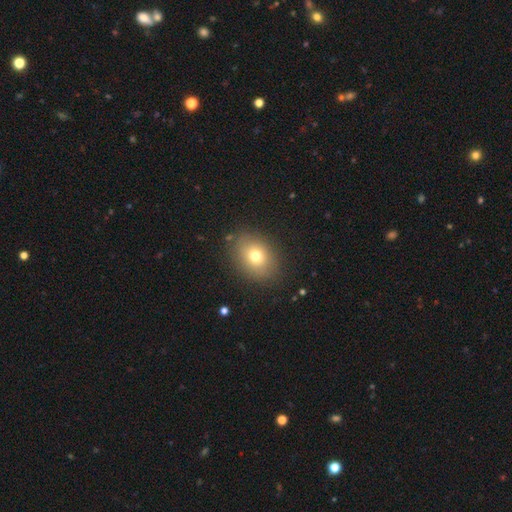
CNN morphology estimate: smooth-or-featured: smooth: 74% | featured or disk: 13% | star or artifact: 13%
  how-rounded: in between: 57% | round: 42% | cigar-shaped: 1%
  merging: none: 85% | minor disturbance: 10% | major disturbance: 4% | merger: 1%